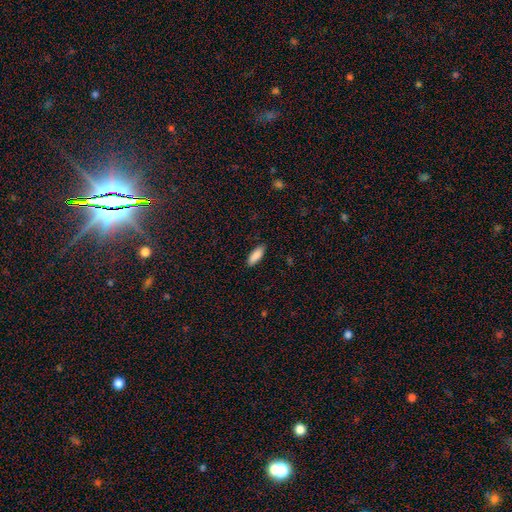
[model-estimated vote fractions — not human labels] smooth_or_featured: smooth (p=0.89) [alt: star or artifact p=0.06]
how_rounded: in between (p=0.69) [alt: cigar-shaped p=0.29]
merging: none (p=0.88) [alt: minor disturbance p=0.09]